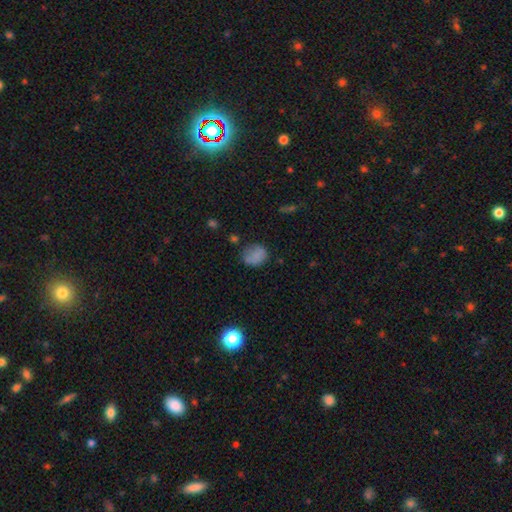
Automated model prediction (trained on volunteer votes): Smooth or featured? smooth (80%)
How rounded? round (57%)
Merging? none (66%)